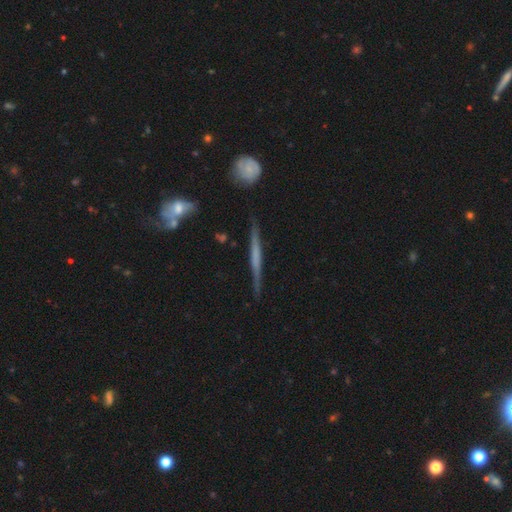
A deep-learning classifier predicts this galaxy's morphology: Smooth or featured?
  - featured or disk: 65% *
  - smooth: 28%
  - star or artifact: 6%
Edge-on disk?
  - yes: 96% *
  - no: 4%
Edge-on bulge?
  - none: 64% *
  - rounded: 21%
  - boxy: 15%
Merging?
  - none: 83% *
  - minor disturbance: 12%
  - major disturbance: 3%
  - merger: 2%